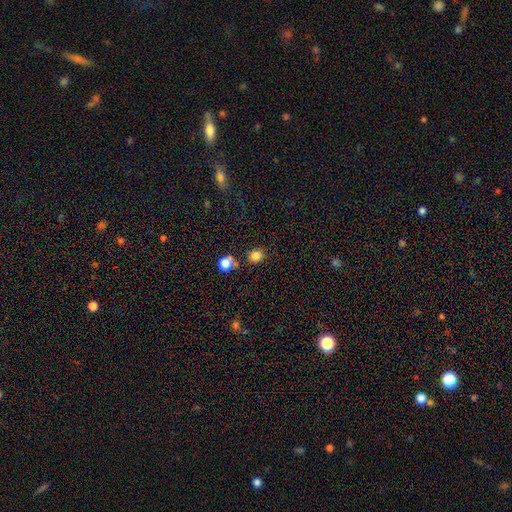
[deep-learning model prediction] Smooth or featured? Predicted: smooth (p=0.82). How rounded? Predicted: round (p=0.77). Merging? Predicted: none (p=0.79).